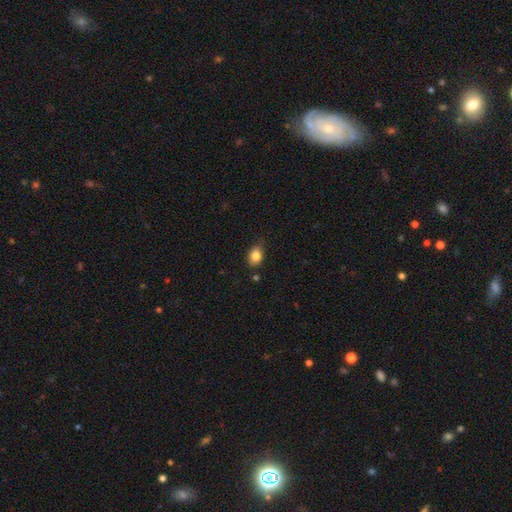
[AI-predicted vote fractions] A smooth galaxy with no disk features (84%) that is in between round and cigar-shaped (67%). Merging: none (74%).